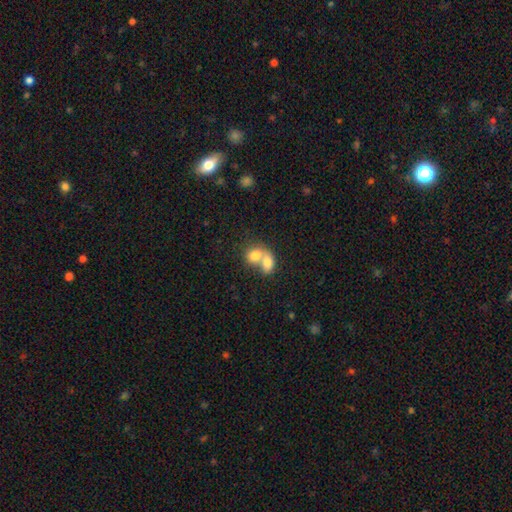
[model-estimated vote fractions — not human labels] Overall: smooth (76%). How rounded: in between (62%; round 37%). Merging: merger (76%).